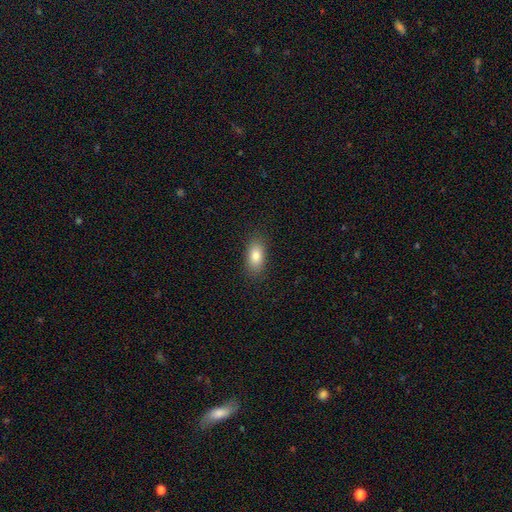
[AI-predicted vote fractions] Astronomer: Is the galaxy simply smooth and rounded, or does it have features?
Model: smooth — 82%.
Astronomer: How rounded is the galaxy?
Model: in between — 89%.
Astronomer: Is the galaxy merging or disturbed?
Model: none — 87%.